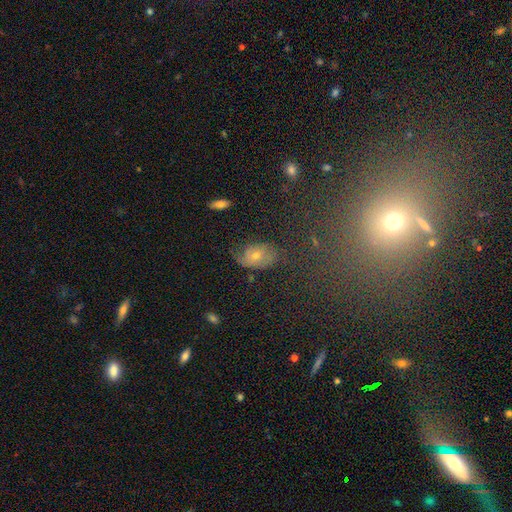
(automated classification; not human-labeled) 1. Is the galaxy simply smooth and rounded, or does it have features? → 50% featured or disk, 32% smooth, 18% star or artifact.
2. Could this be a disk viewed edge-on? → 94% no, 6% yes.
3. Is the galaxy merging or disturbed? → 61% none, 25% minor disturbance, 12% major disturbance, 2% merger.